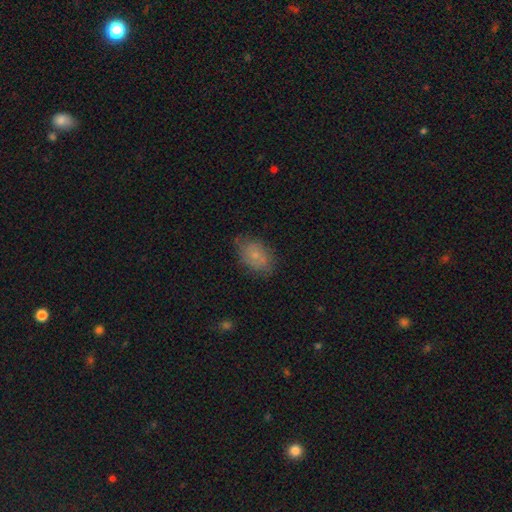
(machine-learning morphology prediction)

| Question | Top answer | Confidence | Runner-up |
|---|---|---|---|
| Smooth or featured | smooth | 65% | featured or disk (27%) |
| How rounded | in between | 82% | round (17%) |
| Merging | none | 70% | minor disturbance (22%) |